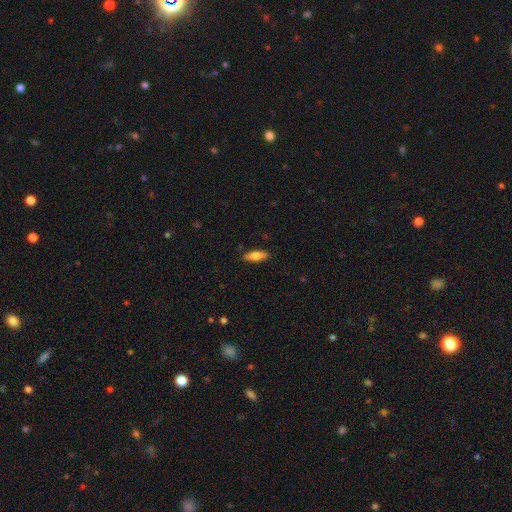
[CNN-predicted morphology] Overall: smooth (72%). How rounded: in between (62%; cigar-shaped 36%). Merging: none (88%).